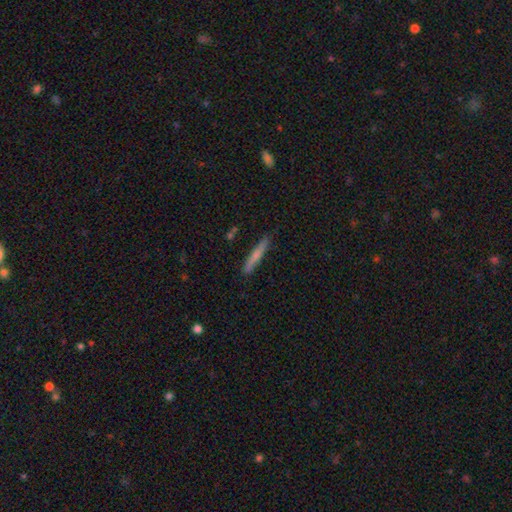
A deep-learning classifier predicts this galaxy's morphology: A smooth galaxy with no disk features (59%) that is cigar-shaped (94%).

Vote fractions:
- Smooth or featured? smooth: 59% / featured or disk: 35% / star or artifact: 6%
- How rounded? cigar-shaped: 94% / in between: 4% / round: 2%
- Merging? none: 83% / minor disturbance: 12% / merger: 2% / major disturbance: 2%